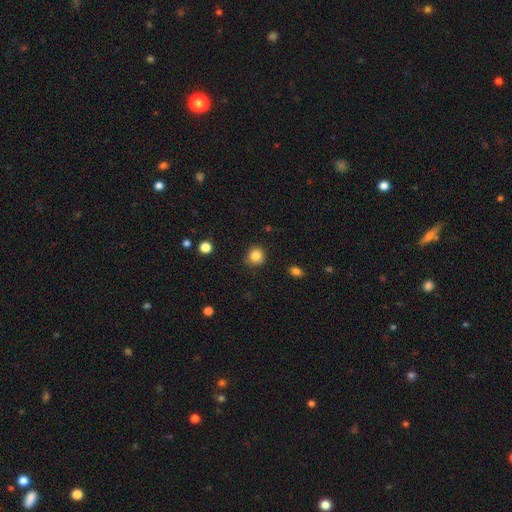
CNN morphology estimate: A smooth galaxy with no disk features (84%) that is round (89%). Merging: none (85%).